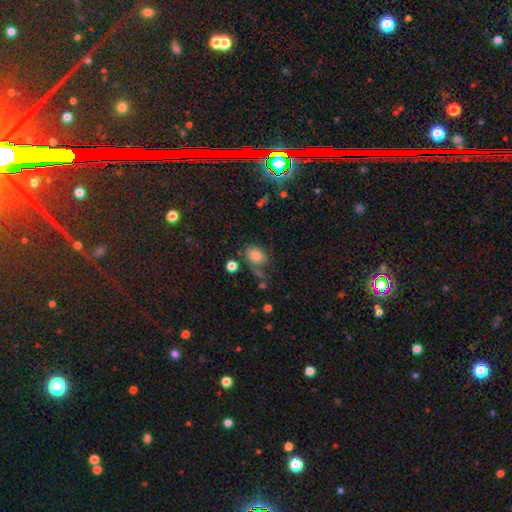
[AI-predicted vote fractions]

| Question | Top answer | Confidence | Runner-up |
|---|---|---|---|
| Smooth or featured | smooth | 78% | featured or disk (11%) |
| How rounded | in between | 64% | round (34%) |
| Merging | none | 54% | minor disturbance (23%) |